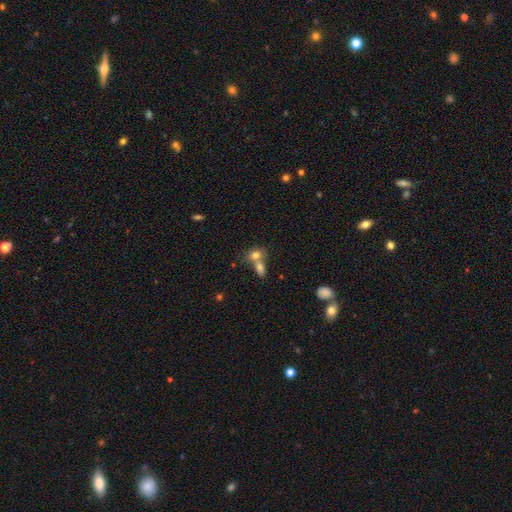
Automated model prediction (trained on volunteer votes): Q: Smooth or featured?
A: smooth (75%); runner-up: featured or disk (14%)
Q: How rounded?
A: in between (50%); runner-up: round (48%)
Q: Merging?
A: merger (57%); runner-up: none (32%)